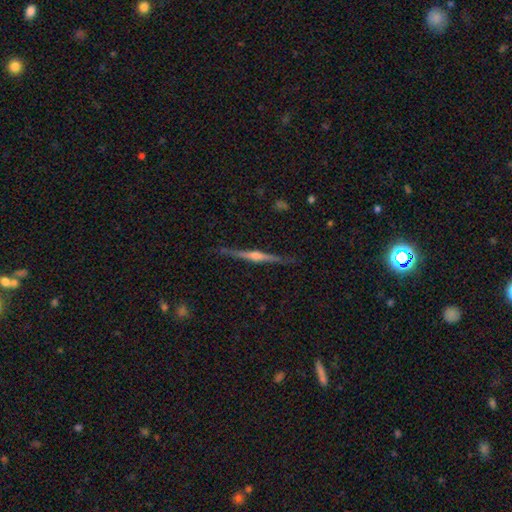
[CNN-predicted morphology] Smooth or featured? featured or disk (84%)
Edge-on disk? yes (98%)
Edge-on bulge? rounded (87%)
Merging? none (90%)